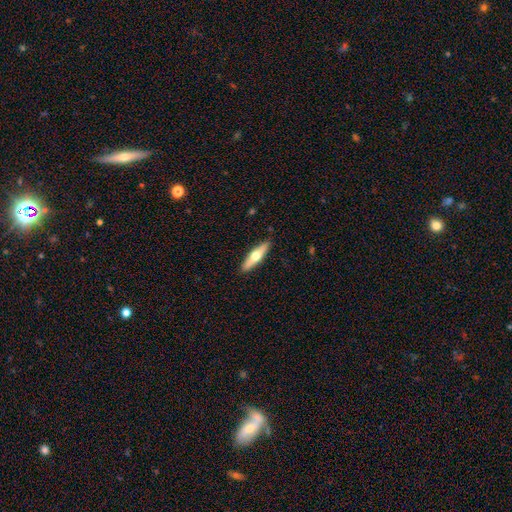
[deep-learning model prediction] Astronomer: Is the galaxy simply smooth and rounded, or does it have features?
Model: smooth — 49% (runner-up: featured or disk, 46%).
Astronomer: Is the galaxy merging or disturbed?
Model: none — 90%.